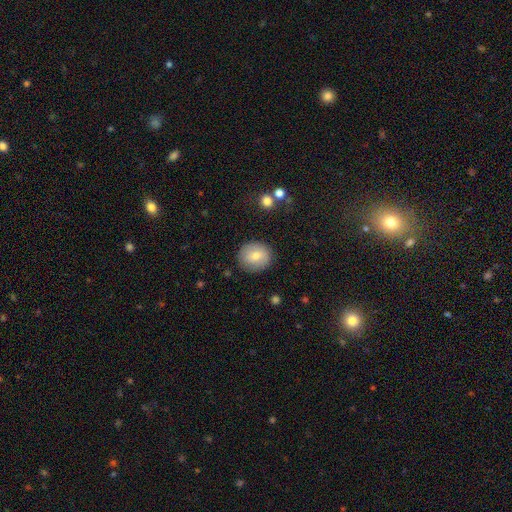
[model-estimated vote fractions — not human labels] smooth_or_featured: smooth (p=0.76) [alt: featured or disk p=0.16]
how_rounded: round (p=0.83) [alt: in between p=0.16]
merging: none (p=0.87) [alt: minor disturbance p=0.09]